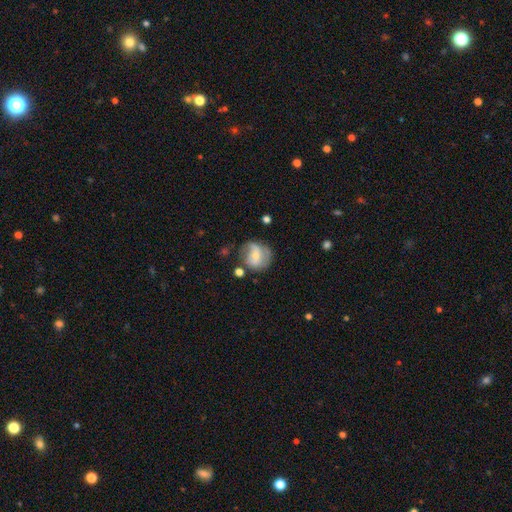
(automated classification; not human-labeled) This appears to be a featured or disk galaxy (56%) with no bar (47%), spiral arms (76%) and a small central bulge (55%). Merging: none (55%).